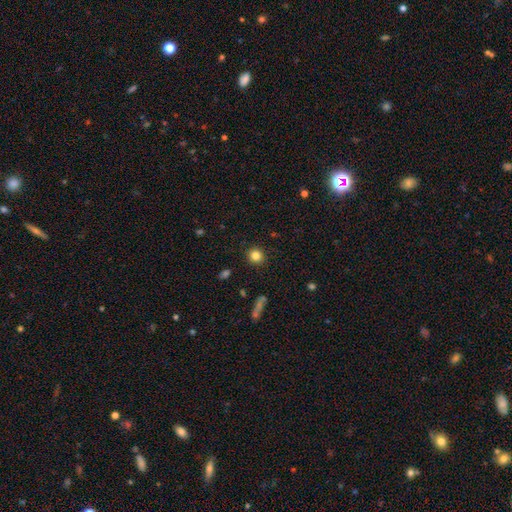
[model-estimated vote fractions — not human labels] Morphology: type=smooth (83%); roundness=round (92%); merging=none (91%).